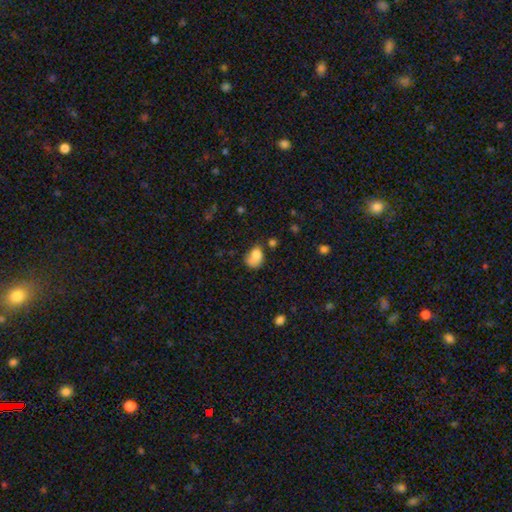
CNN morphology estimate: Smooth or featured?
  - smooth: 77% *
  - featured or disk: 13%
  - star or artifact: 10%
How rounded?
  - in between: 63% *
  - round: 36%
  - cigar-shaped: 1%
Merging?
  - none: 35% *
  - minor disturbance: 29%
  - major disturbance: 22%
  - merger: 14%